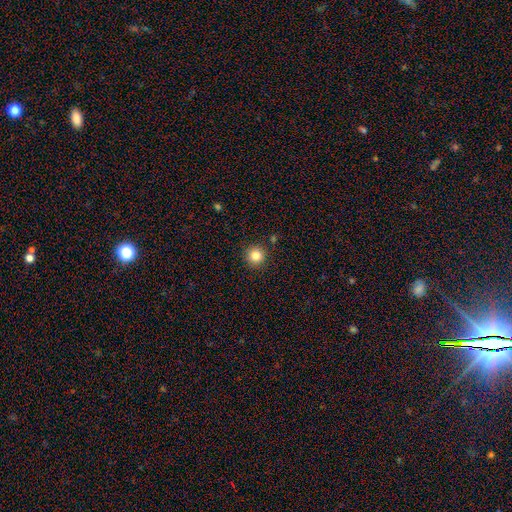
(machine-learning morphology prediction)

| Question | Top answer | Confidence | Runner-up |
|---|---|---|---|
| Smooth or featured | smooth | 84% | star or artifact (11%) |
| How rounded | round | 95% | in between (4%) |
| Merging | none | 90% | minor disturbance (6%) |